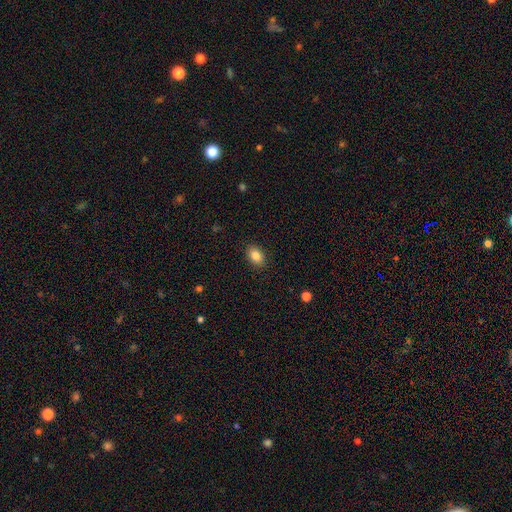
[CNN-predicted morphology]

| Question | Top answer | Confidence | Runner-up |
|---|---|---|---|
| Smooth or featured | smooth | 86% | star or artifact (9%) |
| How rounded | in between | 82% | round (16%) |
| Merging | none | 89% | minor disturbance (8%) |